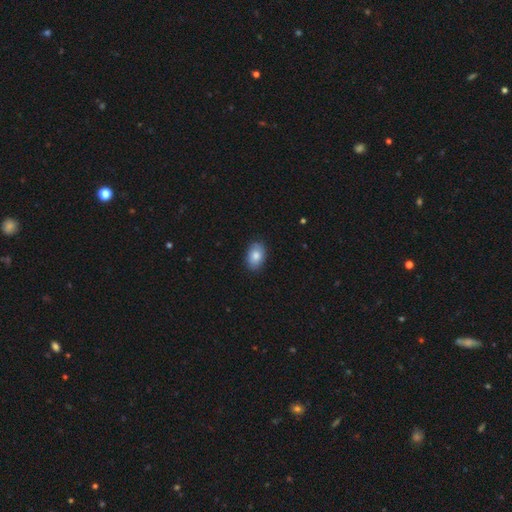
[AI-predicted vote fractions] A smooth galaxy with no disk features (84%) that is in between round and cigar-shaped (86%). Merging: none (88%).